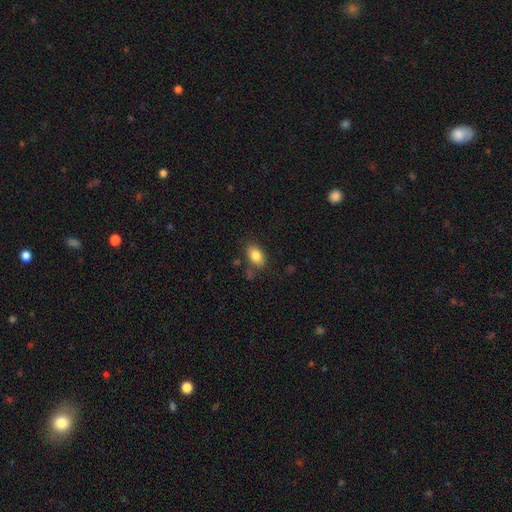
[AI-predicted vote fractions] A smooth galaxy with no disk features (84%) that is in between round and cigar-shaped (88%).

Vote fractions:
- Smooth or featured? smooth: 84% / star or artifact: 8% / featured or disk: 8%
- How rounded? in between: 88% / round: 10% / cigar-shaped: 2%
- Merging? none: 78% / minor disturbance: 14% / merger: 5% / major disturbance: 4%